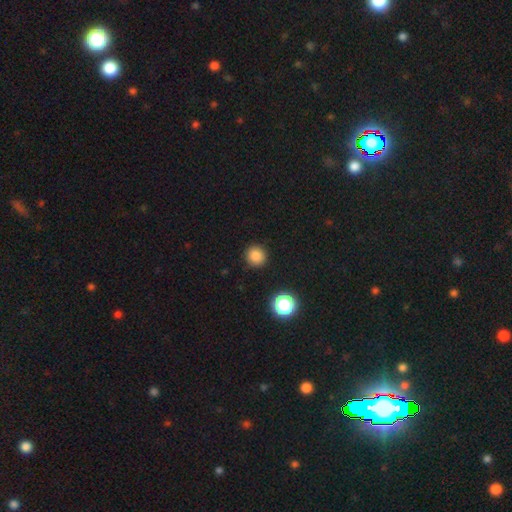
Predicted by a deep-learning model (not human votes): The model was most divided on "smooth or featured": smooth: 84%, star or artifact: 12%, featured or disk: 4%. More confident: how rounded — round (94%); merging — none (91%).